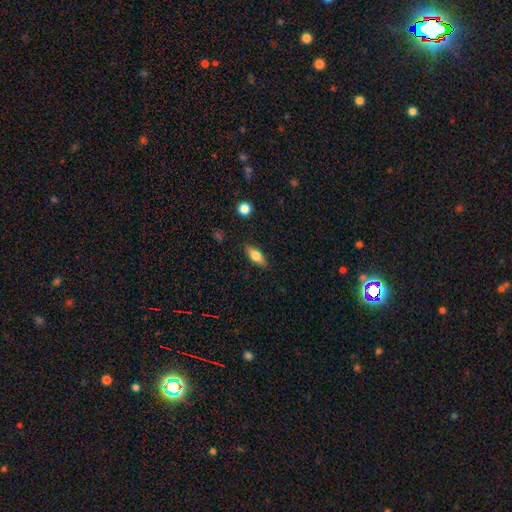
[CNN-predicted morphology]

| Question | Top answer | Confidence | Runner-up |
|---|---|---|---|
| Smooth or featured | smooth | 70% | featured or disk (22%) |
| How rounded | in between | 75% | cigar-shaped (21%) |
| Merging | none | 84% | minor disturbance (11%) |